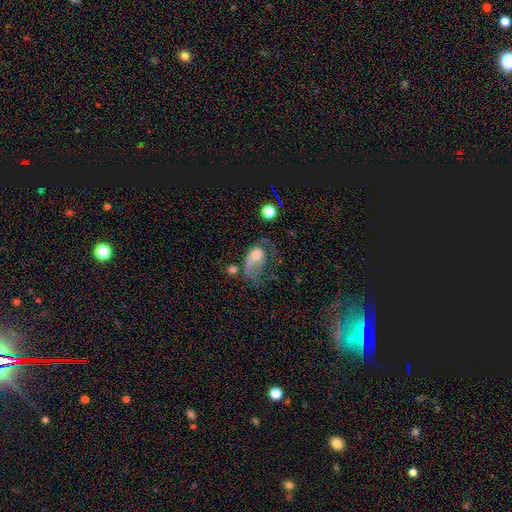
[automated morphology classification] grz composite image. It shows a smooth galaxy with no disk features (48%). Merging: major disturbance (55%).